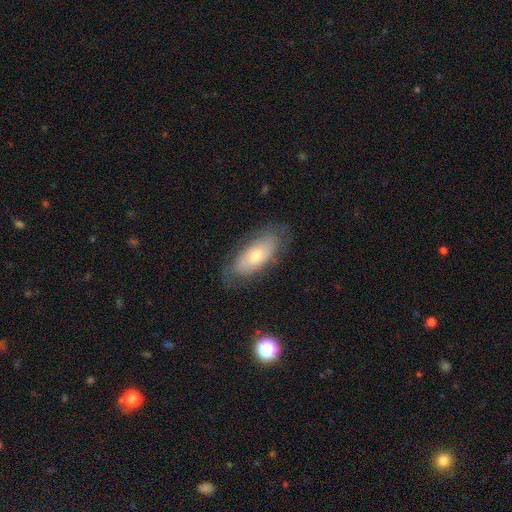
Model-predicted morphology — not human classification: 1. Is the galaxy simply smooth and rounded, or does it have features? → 50% smooth, 42% featured or disk, 8% star or artifact.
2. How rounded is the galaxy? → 84% in between, 13% cigar-shaped, 3% round.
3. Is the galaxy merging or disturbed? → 73% none, 19% minor disturbance, 7% major disturbance, 1% merger.